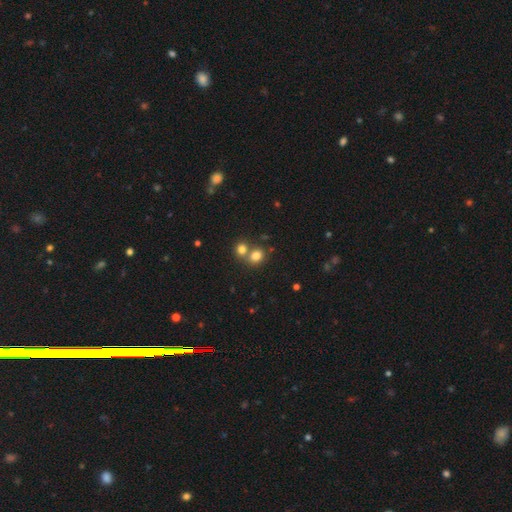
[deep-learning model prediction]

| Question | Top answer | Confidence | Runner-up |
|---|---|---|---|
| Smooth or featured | smooth | 79% | star or artifact (13%) |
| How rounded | round | 65% | in between (34%) |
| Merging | none | 45% | tied: merger (45%) |